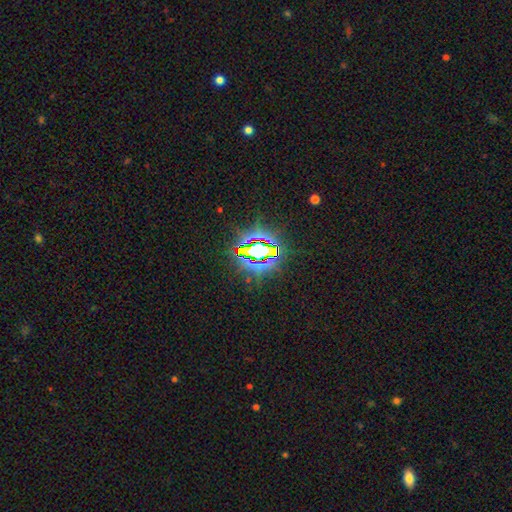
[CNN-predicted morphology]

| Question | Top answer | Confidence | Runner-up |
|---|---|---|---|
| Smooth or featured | star or artifact | 77% | smooth (13%) |